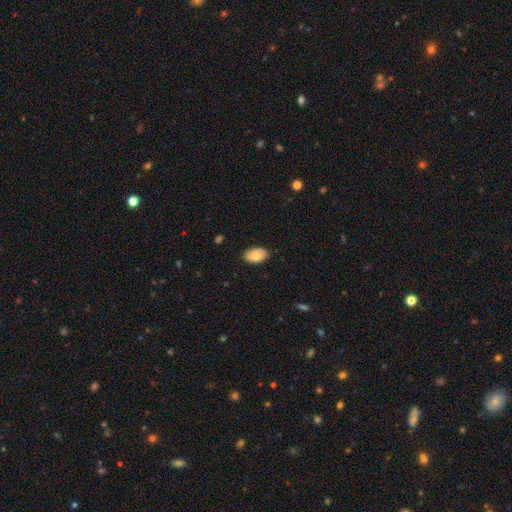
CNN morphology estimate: smooth-or-featured: smooth: 77% | featured or disk: 16% | star or artifact: 6%
  how-rounded: in between: 93% | round: 6% | cigar-shaped: 1%
  merging: none: 84% | minor disturbance: 13% | major disturbance: 2% | merger: 1%